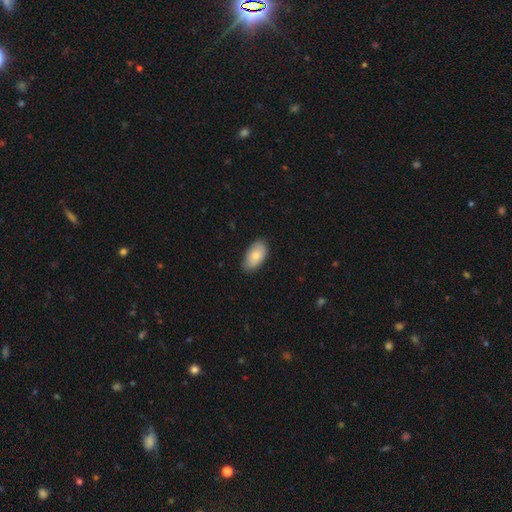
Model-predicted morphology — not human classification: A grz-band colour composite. It shows a smooth galaxy with no disk features (84%) that is in between round and cigar-shaped (95%). Merging: none (83%).